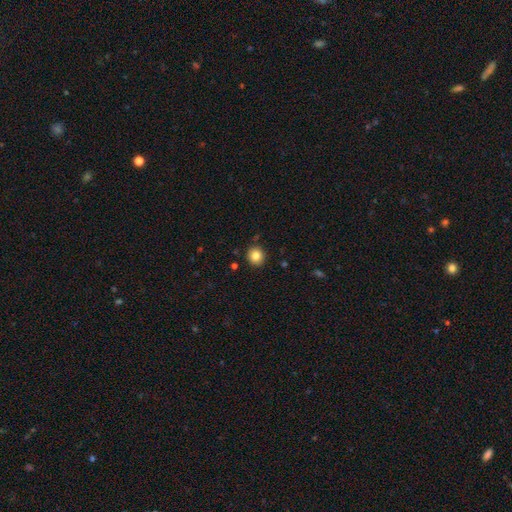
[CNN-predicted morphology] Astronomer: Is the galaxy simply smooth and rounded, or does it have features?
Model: smooth — 83%.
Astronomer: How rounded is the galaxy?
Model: round — 88%.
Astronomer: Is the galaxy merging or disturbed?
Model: none — 90%.